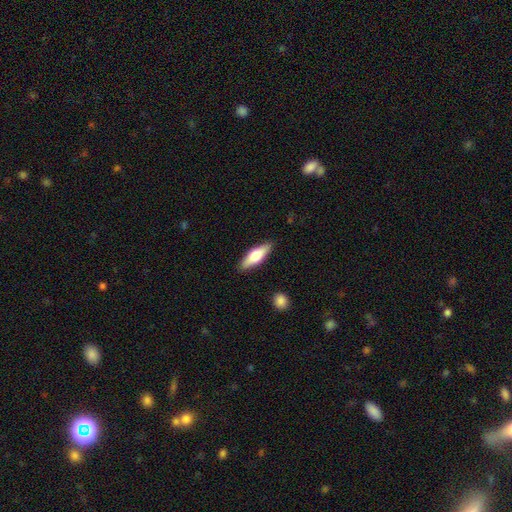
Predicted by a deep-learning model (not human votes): Smooth or featured: smooth — 55% (featured or disk — 40%)
How rounded: in between — 51% (cigar-shaped — 47%)
Merging: none — 88% (minor disturbance — 9%)